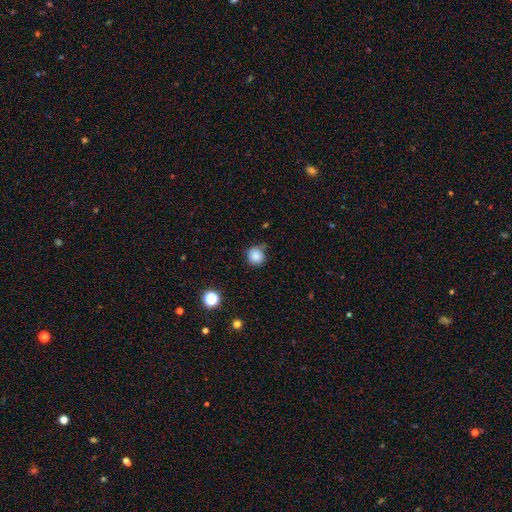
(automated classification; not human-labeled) Smooth or featured? Predicted: smooth (p=0.84). How rounded? Predicted: round (p=0.91). Merging? Predicted: none (p=0.71).